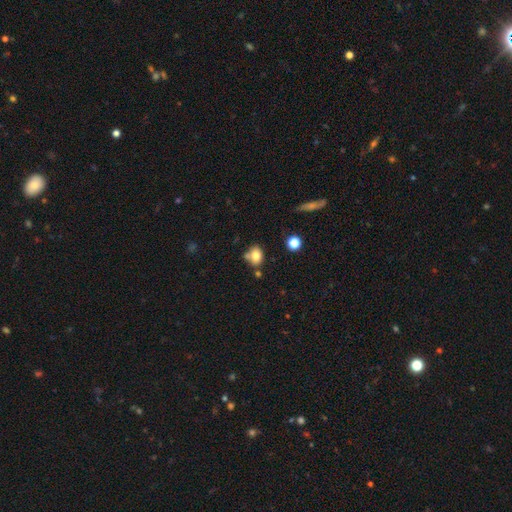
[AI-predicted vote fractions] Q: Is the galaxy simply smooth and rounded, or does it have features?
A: smooth — 78%.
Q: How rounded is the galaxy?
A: in between — 55%.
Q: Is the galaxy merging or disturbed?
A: none — 62%.